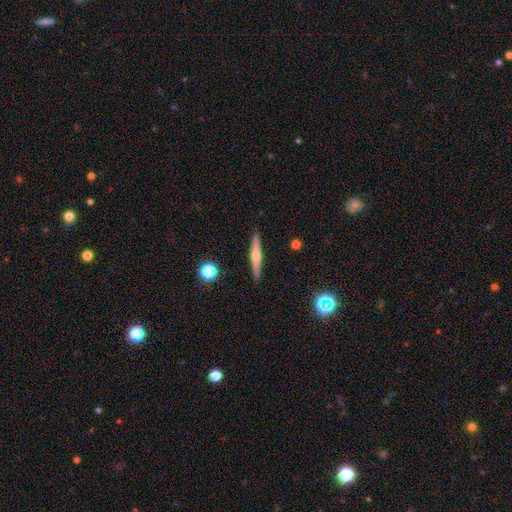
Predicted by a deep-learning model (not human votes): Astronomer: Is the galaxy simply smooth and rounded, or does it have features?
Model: featured or disk — 62%.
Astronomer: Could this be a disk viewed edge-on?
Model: yes — 97%.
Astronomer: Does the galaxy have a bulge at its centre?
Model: rounded — 86%.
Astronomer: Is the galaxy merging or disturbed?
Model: none — 91%.